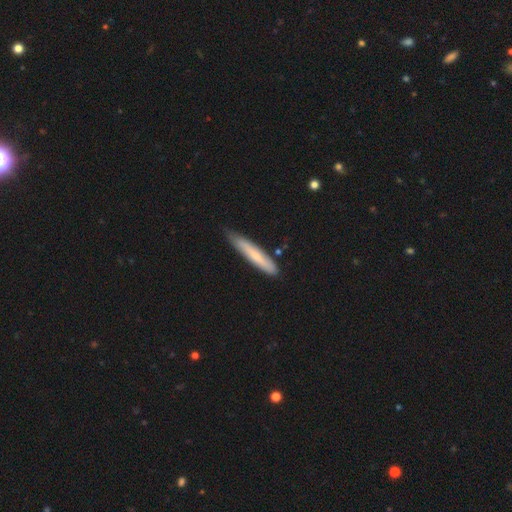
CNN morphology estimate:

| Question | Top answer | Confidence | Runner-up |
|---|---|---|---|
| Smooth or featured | smooth | 67% | featured or disk (27%) |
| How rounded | cigar-shaped | 92% | in between (7%) |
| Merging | none | 75% | minor disturbance (20%) |